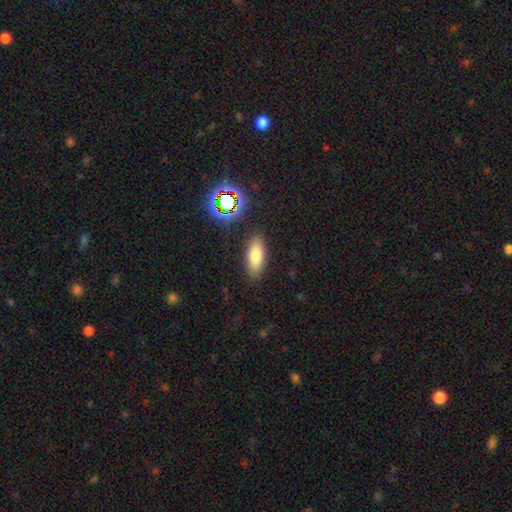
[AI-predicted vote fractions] The model was most divided on "how rounded": in between: 78%, cigar-shaped: 19%, round: 3%. More confident: merging — none (86%); smooth or featured — smooth (78%).